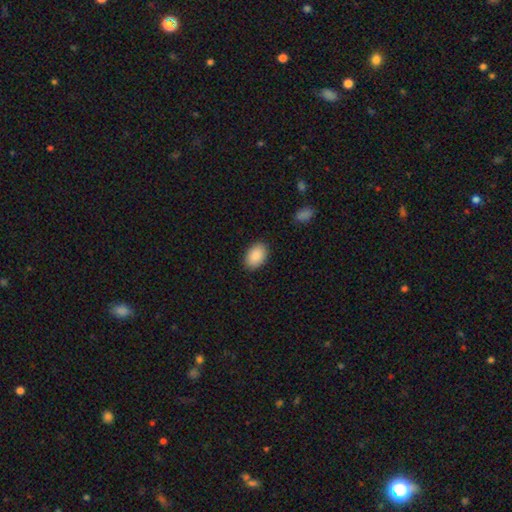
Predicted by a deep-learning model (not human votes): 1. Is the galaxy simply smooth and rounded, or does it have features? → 89% smooth, 7% star or artifact, 4% featured or disk.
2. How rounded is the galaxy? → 87% in between, 12% round, 1% cigar-shaped.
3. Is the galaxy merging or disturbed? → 88% none, 9% minor disturbance, 2% major disturbance, 1% merger.